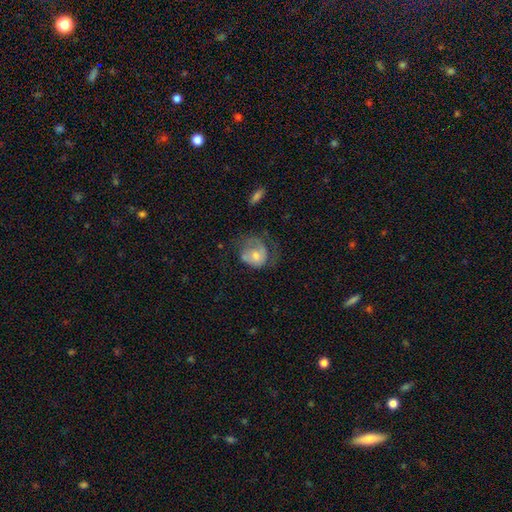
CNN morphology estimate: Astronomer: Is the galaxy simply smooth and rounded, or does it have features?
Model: featured or disk — 49% (runner-up: smooth, 44%).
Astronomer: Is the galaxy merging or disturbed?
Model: major disturbance — 39% (runner-up: none, 32%).